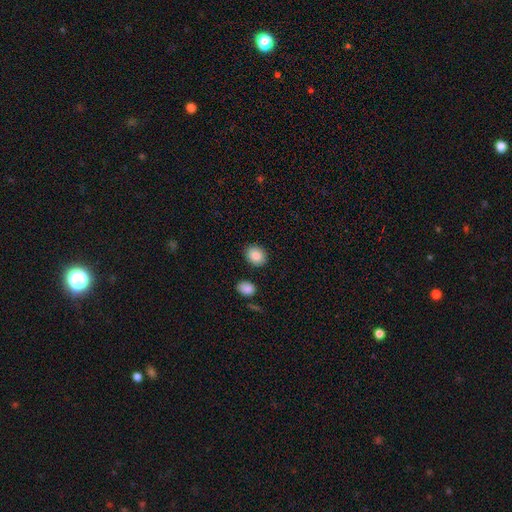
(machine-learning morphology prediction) A smooth galaxy with no disk features (85%) that is round (59%).

Vote fractions:
- Smooth or featured? smooth: 85% / star or artifact: 8% / featured or disk: 7%
- How rounded? round: 59% / in between: 40% / cigar-shaped: 1%
- Merging? none: 87% / minor disturbance: 8% / merger: 3% / major disturbance: 2%